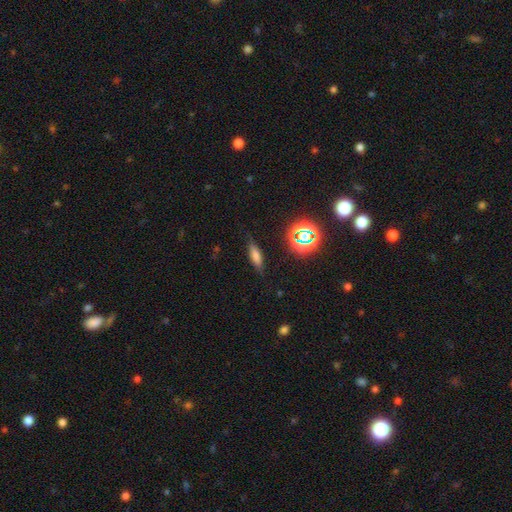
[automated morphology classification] type=smooth (64%); roundness=cigar-shaped (56%); merging=none (81%).